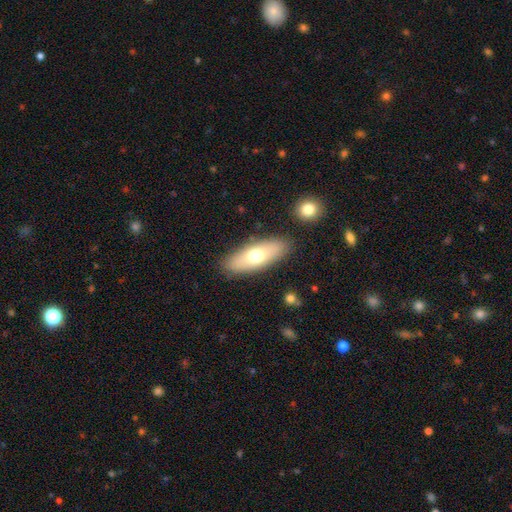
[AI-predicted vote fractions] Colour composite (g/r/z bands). It shows a smooth galaxy with no disk features (66%) that is in between round and cigar-shaped (72%). Merging: none (86%).